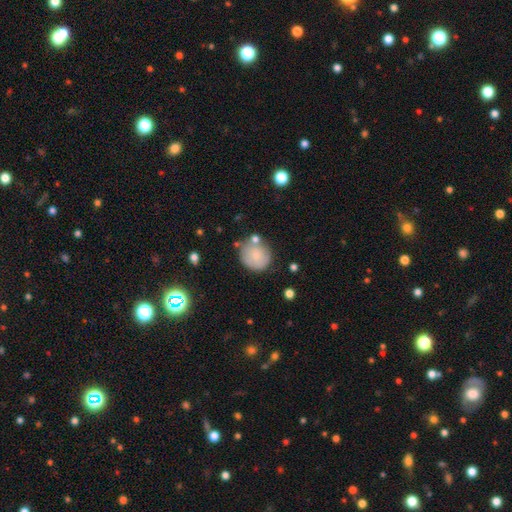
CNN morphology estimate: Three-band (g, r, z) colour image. It shows a smooth galaxy with no disk features (77%) that is round (87%). Merging: none (65%).